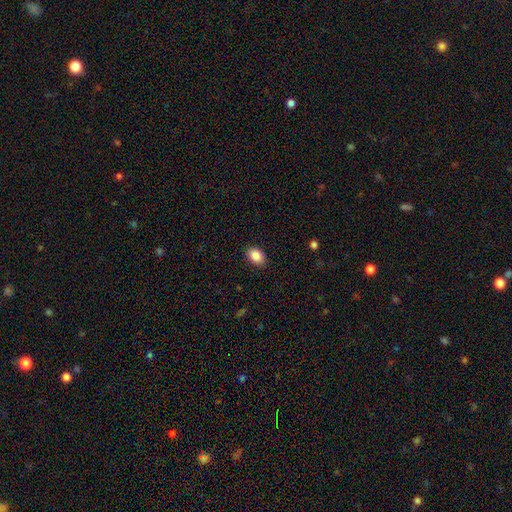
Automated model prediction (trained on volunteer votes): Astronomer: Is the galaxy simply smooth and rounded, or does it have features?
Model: smooth — 88%.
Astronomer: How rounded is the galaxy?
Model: in between — 82%.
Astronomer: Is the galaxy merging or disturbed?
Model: none — 88%.